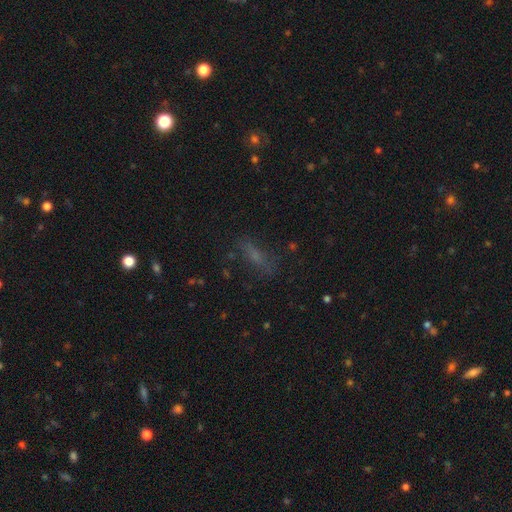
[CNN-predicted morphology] Smooth or featured? smooth (50%)
Merging? none (66%)